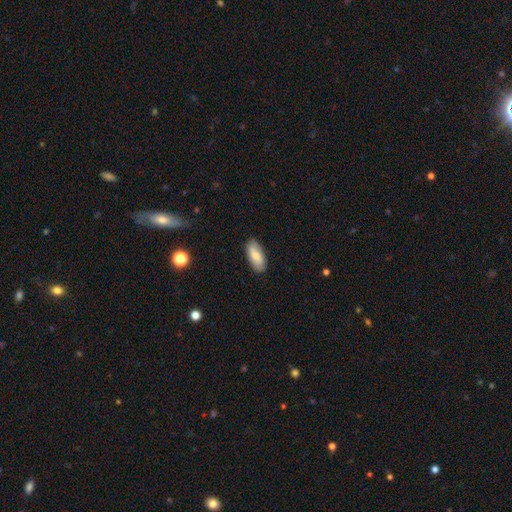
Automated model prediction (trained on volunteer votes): smooth_or_featured: smooth (p=0.77) [alt: featured or disk p=0.17]
how_rounded: in between (p=0.86) [alt: cigar-shaped p=0.11]
merging: none (p=0.85) [alt: minor disturbance p=0.11]